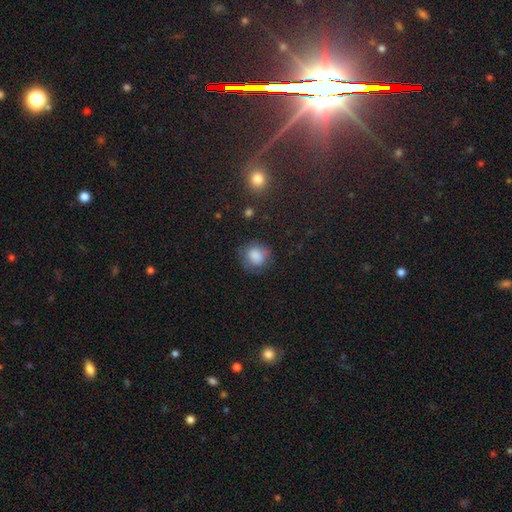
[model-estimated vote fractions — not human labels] Smooth or featured: smooth — 81% (star or artifact — 10%)
How rounded: round — 79% (in between — 20%)
Merging: none — 67% (minor disturbance — 22%)